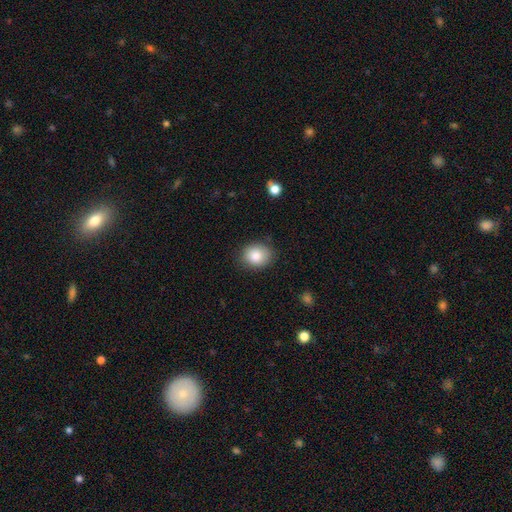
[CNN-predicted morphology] type=smooth (84%); roundness=round (65%); merging=none (83%).